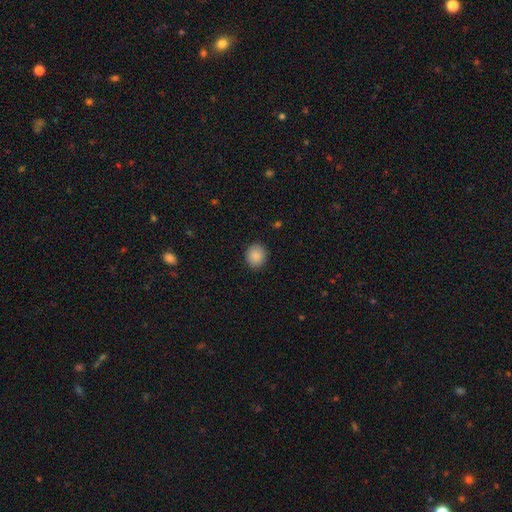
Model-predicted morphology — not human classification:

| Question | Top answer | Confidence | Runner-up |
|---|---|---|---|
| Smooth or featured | smooth | 88% | star or artifact (8%) |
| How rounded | round | 79% | in between (20%) |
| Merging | none | 90% | minor disturbance (7%) |